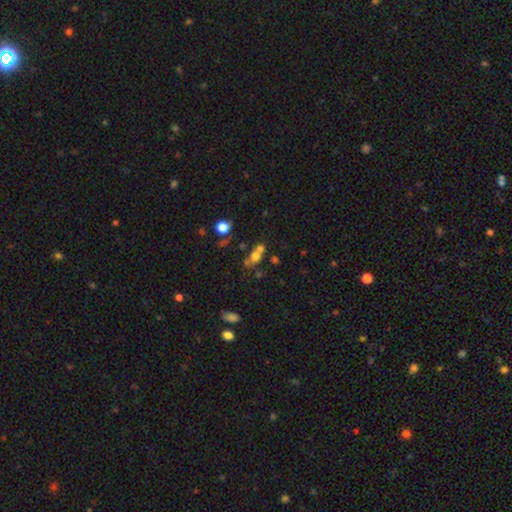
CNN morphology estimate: smooth_or_featured: smooth (p=0.63) [alt: featured or disk p=0.19]
how_rounded: round (p=0.64) [alt: in between p=0.34]
merging: merger (p=0.49) [alt: none p=0.35]